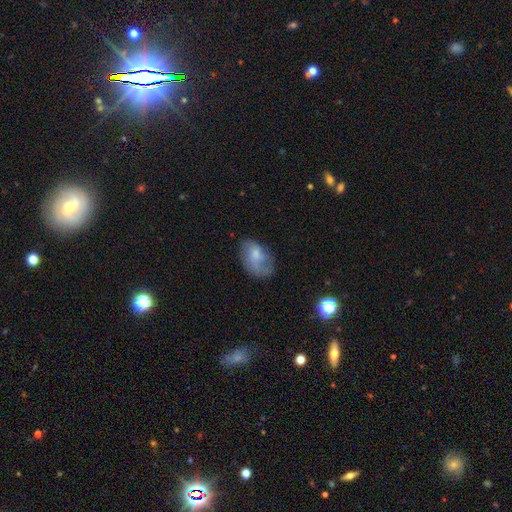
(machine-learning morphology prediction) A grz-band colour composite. It shows a smooth galaxy with no disk features (62%) that is in between round and cigar-shaped (87%). Merging: none (48%).